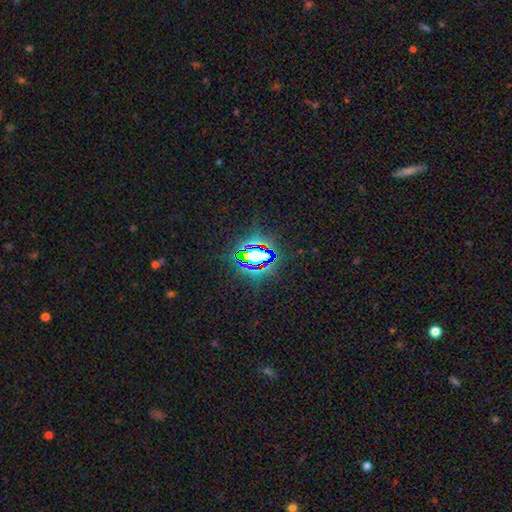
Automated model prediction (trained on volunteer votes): A star or artifact, not a galaxy (72%).